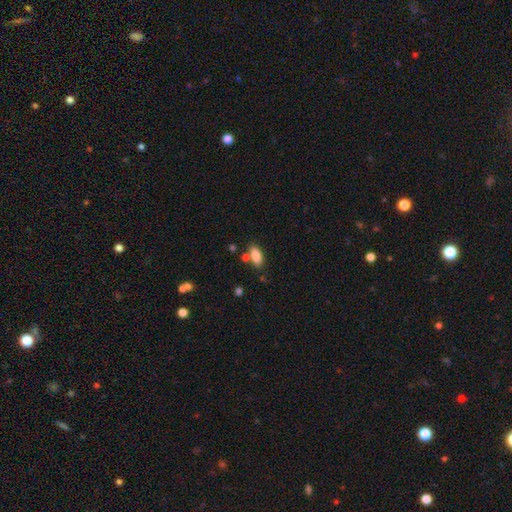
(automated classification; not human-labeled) Overall: smooth (85%). How rounded: in between (88%). Merging: none (69%).